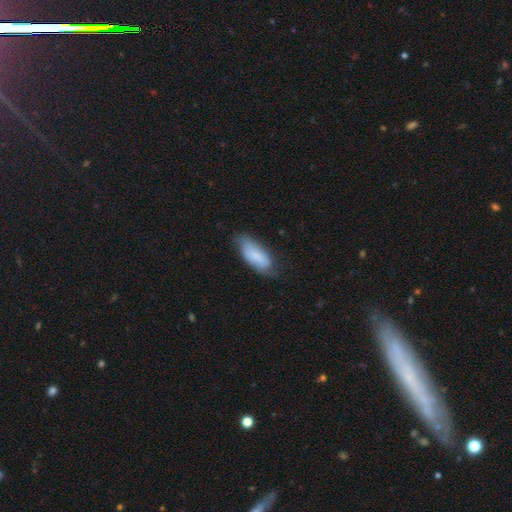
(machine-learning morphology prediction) A smooth galaxy with no disk features (75%) that is in between round and cigar-shaped (81%).

Vote fractions:
- Smooth or featured? smooth: 75% / featured or disk: 19% / star or artifact: 6%
- How rounded? in between: 81% / cigar-shaped: 17% / round: 2%
- Merging? none: 58% / minor disturbance: 32% / major disturbance: 9% / merger: 2%